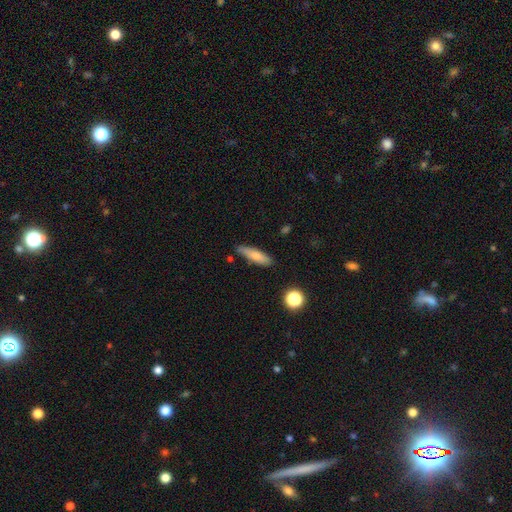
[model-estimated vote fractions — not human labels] Smooth or featured? Predicted: smooth (p=0.72). How rounded? Predicted: cigar-shaped (p=0.64). Merging? Predicted: none (p=0.76).